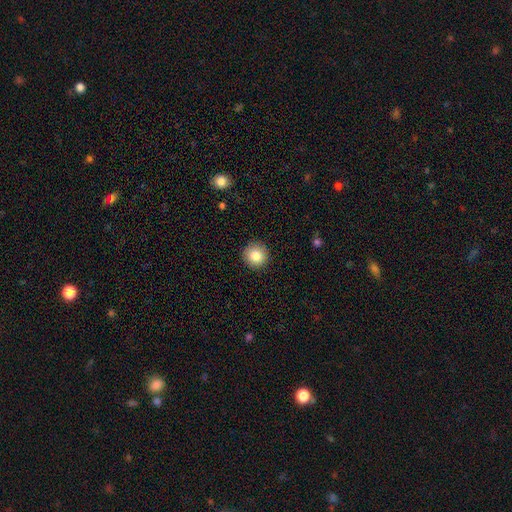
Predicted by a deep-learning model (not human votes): A smooth galaxy with no disk features (84%) that is round (94%).

Vote fractions:
- Smooth or featured? smooth: 84% / star or artifact: 9% / featured or disk: 7%
- How rounded? round: 94% / in between: 5% / cigar-shaped: 1%
- Merging? none: 92% / minor disturbance: 6% / major disturbance: 2% / merger: 1%